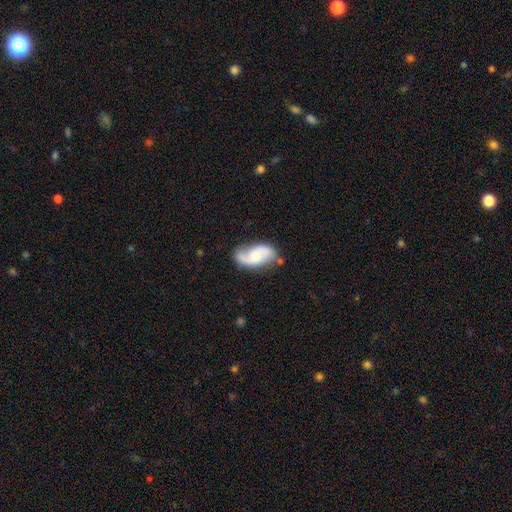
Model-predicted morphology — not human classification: smooth-or-featured: featured or disk: 67% | smooth: 27% | star or artifact: 6%
  disk-edge-on: no: 96% | yes: 4%
    bar: no: 58% | weak: 35% | strong: 8%
    has-spiral-arms: yes: 92% | no: 8%
      spiral-winding: loose: 50% | medium: 37% | tight: 13%
      spiral-arm-count: 2: 85% | 1: 7% | can't tell: 6% | 3: 1% | 4: 1% | more than 4: 1%
    bulge-size: moderate: 43% | small: 41% | none: 8% | large: 7% | dominant: 2%
  merging: none: 64% | minor disturbance: 23% | major disturbance: 8% | merger: 5%